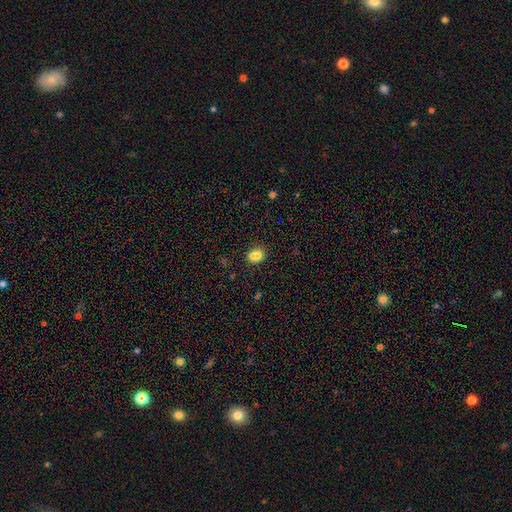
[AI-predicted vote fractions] Overall: smooth (80%). How rounded: round (51%; in between 48%). Merging: none (65%).